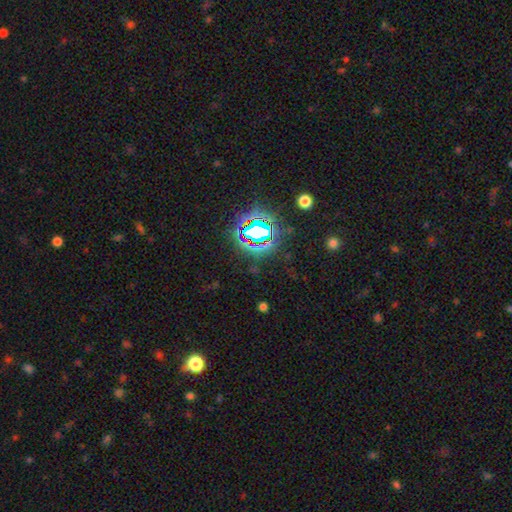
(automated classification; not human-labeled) The model was most divided on "smooth or featured": star or artifact: 80%, smooth: 13%, featured or disk: 8%.